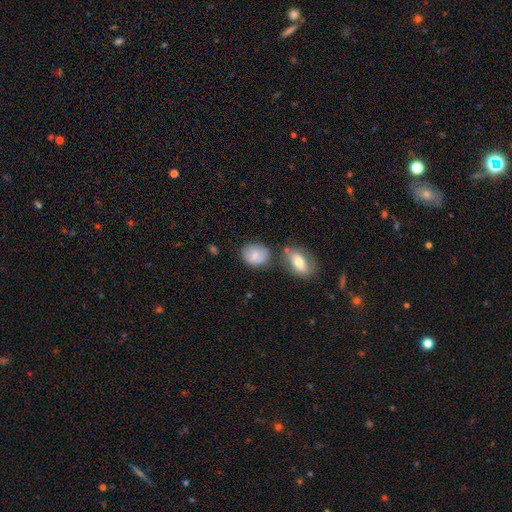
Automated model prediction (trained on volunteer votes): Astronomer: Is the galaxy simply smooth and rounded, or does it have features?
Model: smooth — 80%.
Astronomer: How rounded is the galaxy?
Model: round — 54% (runner-up: in between, 45%).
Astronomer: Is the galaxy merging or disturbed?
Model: none — 59%.